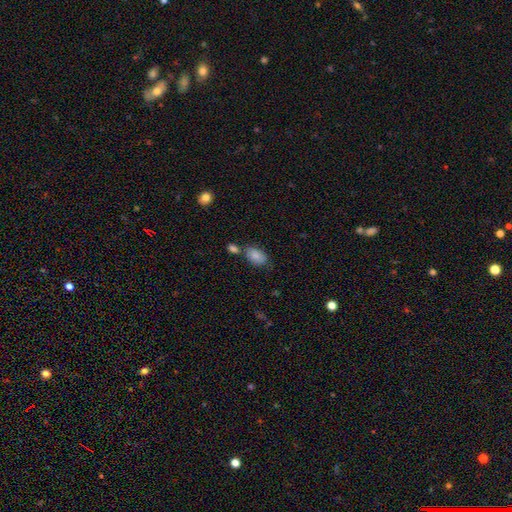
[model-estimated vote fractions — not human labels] The model was most divided on "merging": none: 59%, merger: 19%, minor disturbance: 17%, major disturbance: 5%. More confident: how rounded — in between (91%); smooth or featured — smooth (85%).